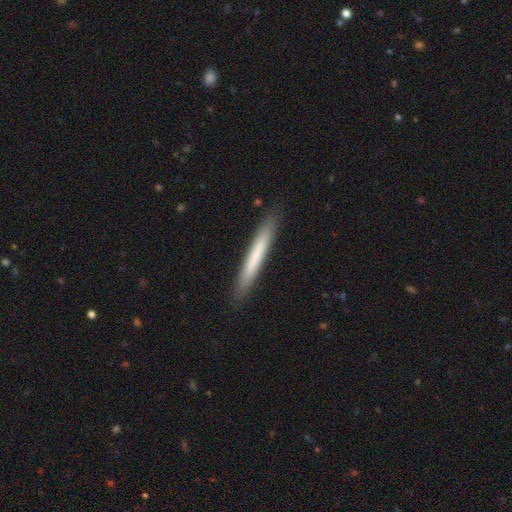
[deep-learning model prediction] Q: Smooth or featured?
A: smooth (66%); runner-up: featured or disk (28%)
Q: How rounded?
A: cigar-shaped (96%); runner-up: in between (3%)
Q: Merging?
A: none (90%); runner-up: minor disturbance (8%)